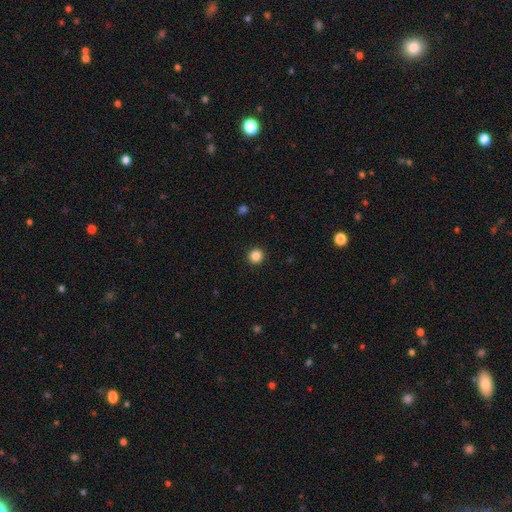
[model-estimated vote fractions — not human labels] This appears to be a smooth galaxy with no disk features (86%) that is round (96%). Merging: none (93%).